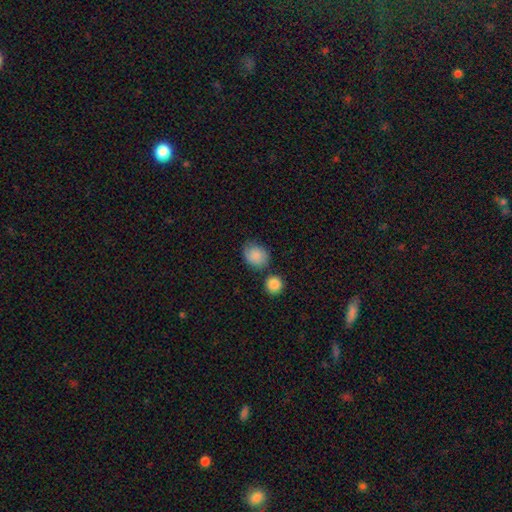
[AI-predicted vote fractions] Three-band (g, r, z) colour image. It shows a smooth galaxy with no disk features (85%) that is round (57%). Merging: none (63%).